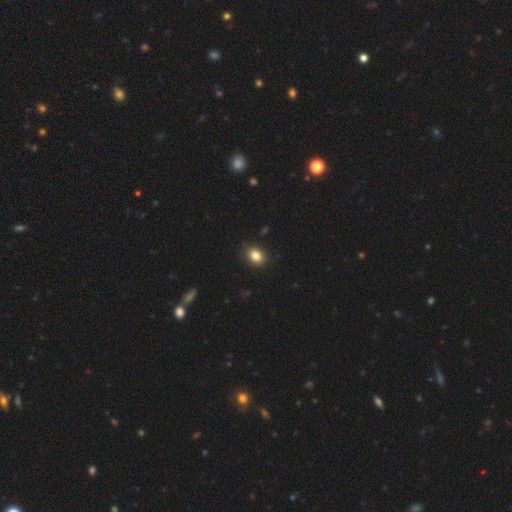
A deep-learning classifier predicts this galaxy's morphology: This is clearly a smooth galaxy (84%). How rounded: possibly in between (60%). Merging: clearly none (88%).